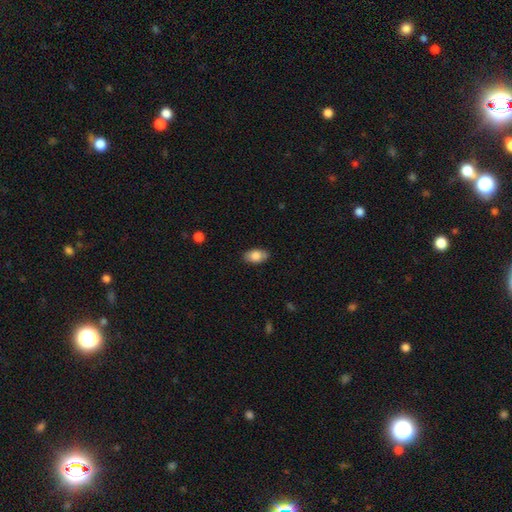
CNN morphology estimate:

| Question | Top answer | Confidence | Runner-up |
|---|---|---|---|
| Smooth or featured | smooth | 82% | featured or disk (11%) |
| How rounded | in between | 93% | round (5%) |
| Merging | none | 86% | minor disturbance (11%) |